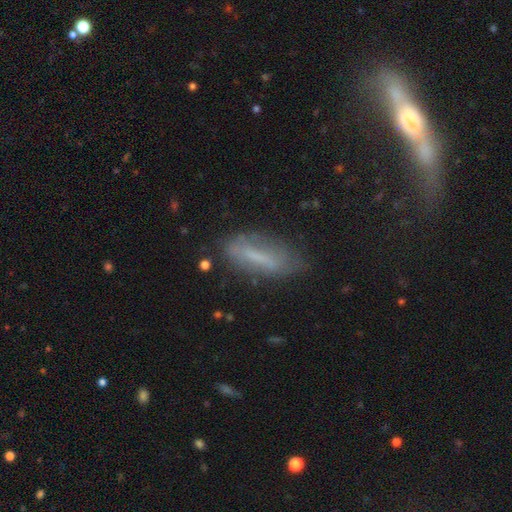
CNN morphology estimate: A smooth galaxy with no disk features (53%) that is cigar-shaped (54%). Merging: none (64%).